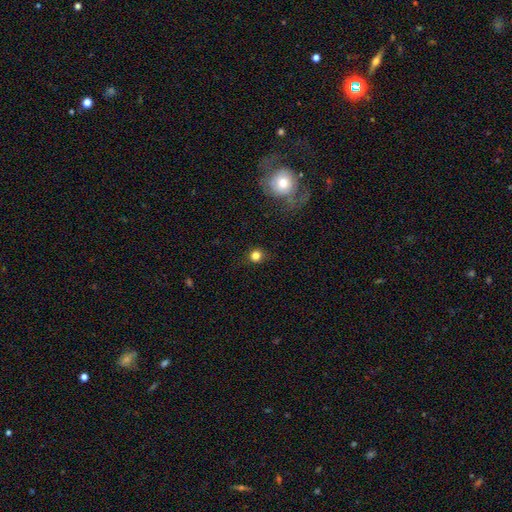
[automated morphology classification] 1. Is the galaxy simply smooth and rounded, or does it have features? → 81% smooth, 13% star or artifact, 5% featured or disk.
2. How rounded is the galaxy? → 88% round, 11% in between, 1% cigar-shaped.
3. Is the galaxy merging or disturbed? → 85% none, 9% minor disturbance, 3% major disturbance, 2% merger.